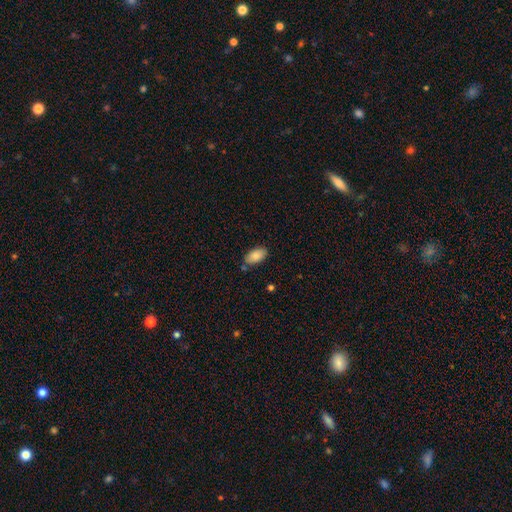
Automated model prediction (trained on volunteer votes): This is clearly a smooth galaxy (86%). How rounded: clearly in between (94%). Merging: likely none (76%).